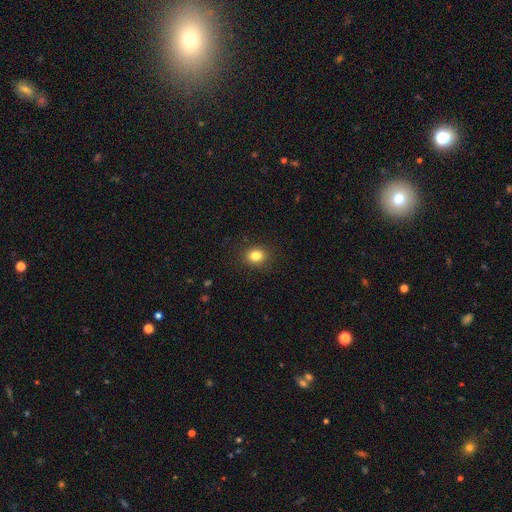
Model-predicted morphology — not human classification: Smooth or featured? smooth (83%)
How rounded? round (55%)
Merging? none (89%)